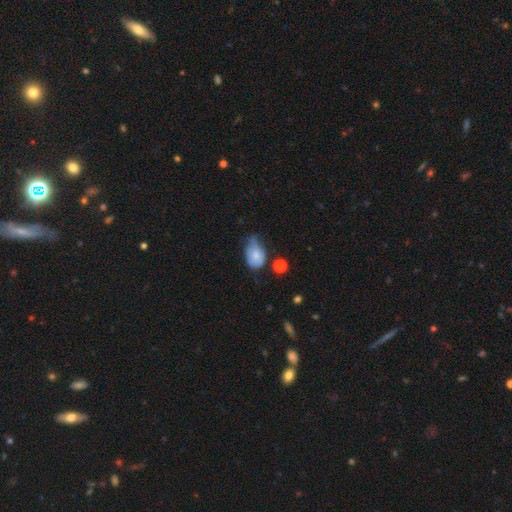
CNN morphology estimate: This is likely a smooth galaxy (71%). How rounded: likely in between (80%). Merging: possibly minor disturbance (48%).